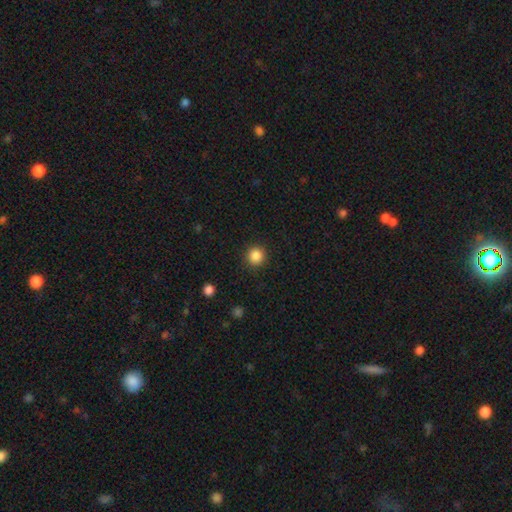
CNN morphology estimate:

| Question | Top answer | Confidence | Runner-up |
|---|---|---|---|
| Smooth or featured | smooth | 86% | star or artifact (10%) |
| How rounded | round | 94% | in between (5%) |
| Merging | none | 91% | minor disturbance (6%) |